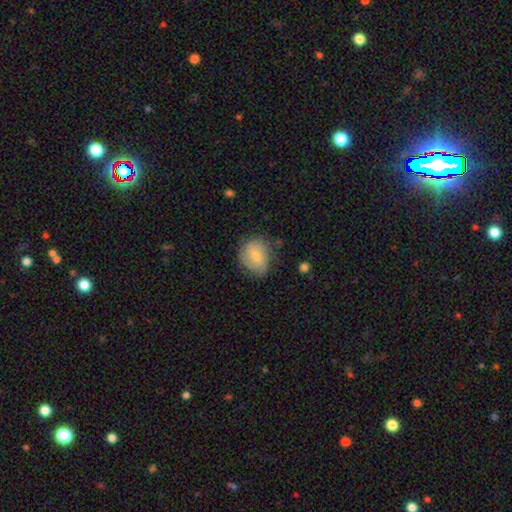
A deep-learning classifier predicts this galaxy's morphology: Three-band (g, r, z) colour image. It shows a featured or disk galaxy (47%). Merging: none (60%).